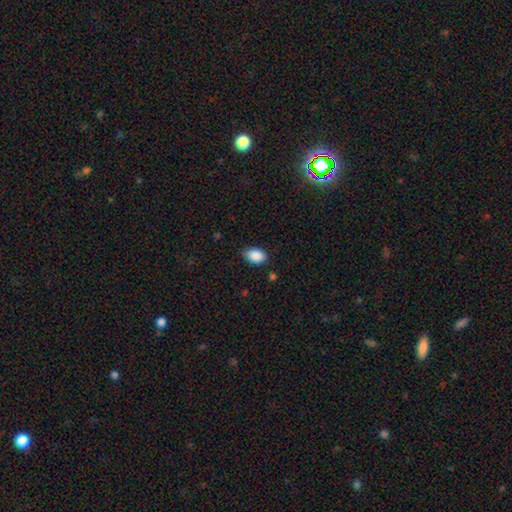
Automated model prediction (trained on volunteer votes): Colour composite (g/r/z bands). It shows a smooth galaxy with no disk features (89%) that is in between round and cigar-shaped (88%). Merging: none (81%).